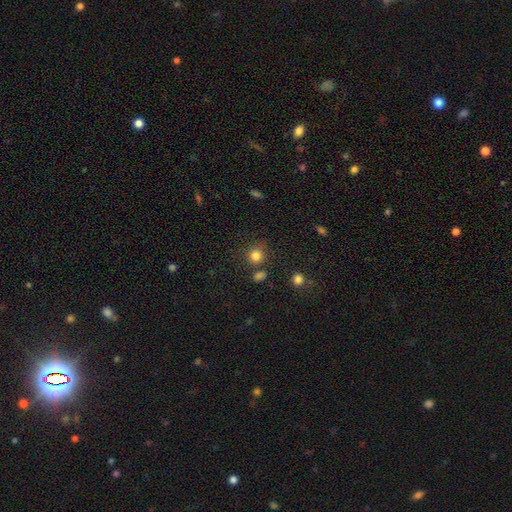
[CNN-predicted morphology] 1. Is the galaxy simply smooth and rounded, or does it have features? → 81% smooth, 13% star or artifact, 5% featured or disk.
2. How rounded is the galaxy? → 90% round, 9% in between, 1% cigar-shaped.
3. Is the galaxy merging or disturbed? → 77% none, 11% minor disturbance, 8% merger, 4% major disturbance.